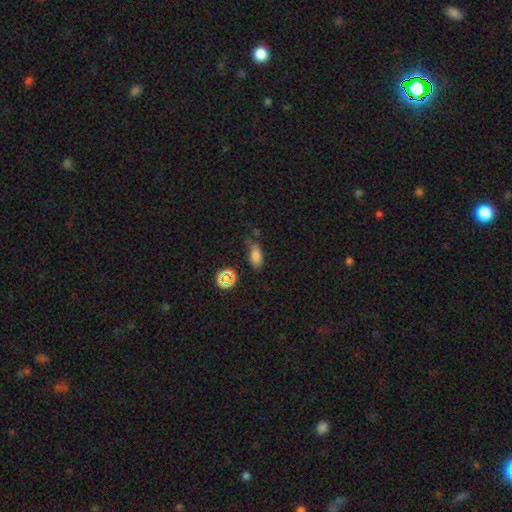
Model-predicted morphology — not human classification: smooth-or-featured: smooth: 75% | star or artifact: 17% | featured or disk: 7%
  how-rounded: in between: 85% | cigar-shaped: 8% | round: 7%
  merging: none: 63% | minor disturbance: 24% | major disturbance: 7% | merger: 6%